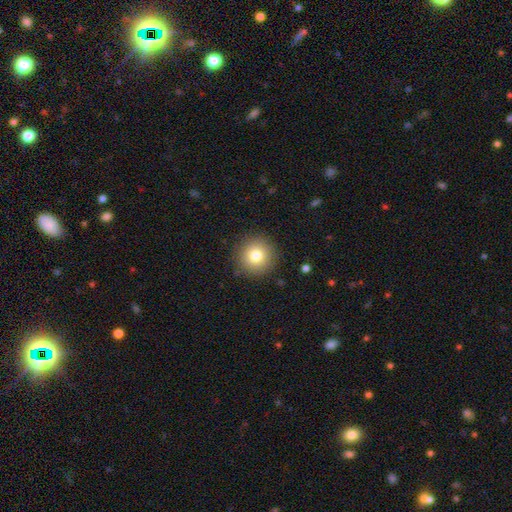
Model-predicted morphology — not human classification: This is likely a smooth galaxy (79%). How rounded: clearly round (94%). Merging: clearly none (90%).